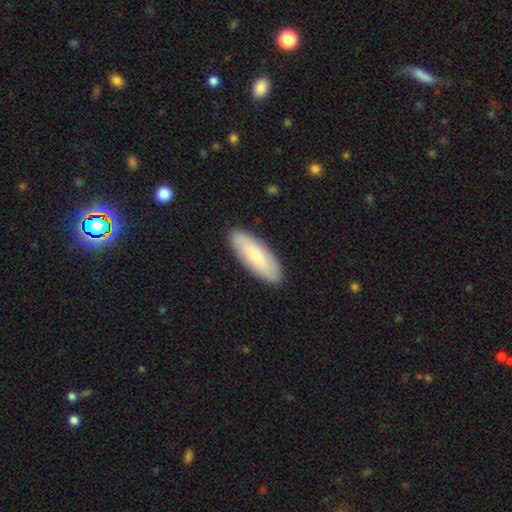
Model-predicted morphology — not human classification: smooth_or_featured: smooth (p=0.65) [alt: featured or disk p=0.29]
how_rounded: in between (p=0.70) [alt: cigar-shaped p=0.28]
merging: none (p=0.89) [alt: minor disturbance p=0.08]